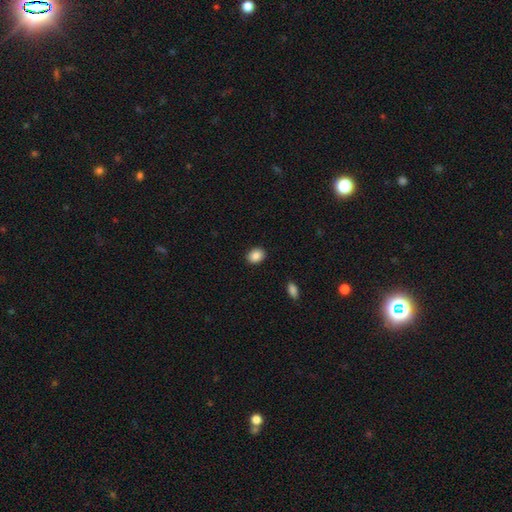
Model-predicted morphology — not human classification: Q: Smooth or featured?
A: smooth (87%); runner-up: star or artifact (8%)
Q: How rounded?
A: in between (61%); runner-up: round (38%)
Q: Merging?
A: none (90%); runner-up: minor disturbance (7%)